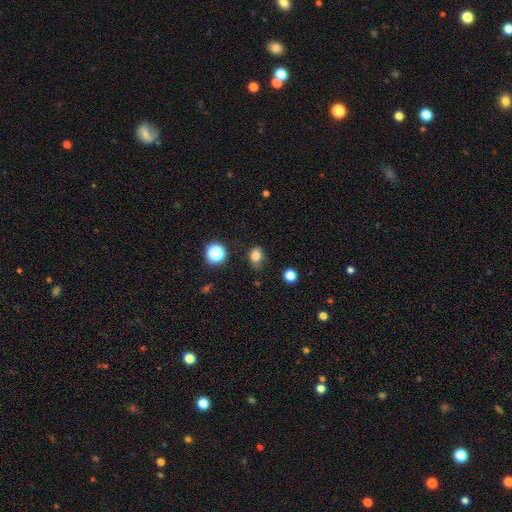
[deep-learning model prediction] A smooth galaxy with no disk features (81%) that is in between round and cigar-shaped (62%). Merging: none (72%).